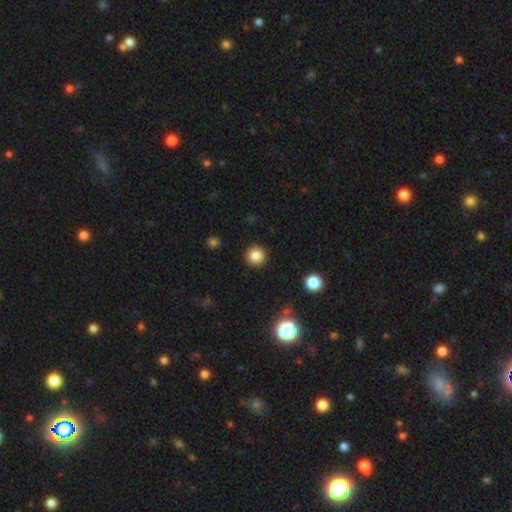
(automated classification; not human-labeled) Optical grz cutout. It shows a smooth galaxy with no disk features (84%) that is round (95%). Merging: none (92%).